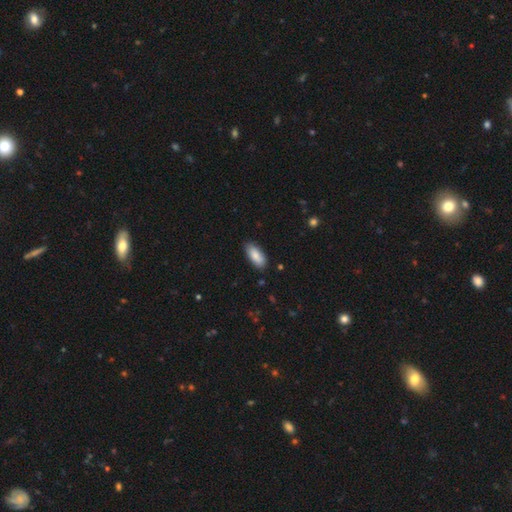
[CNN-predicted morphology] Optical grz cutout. It shows a smooth galaxy with no disk features (86%) that is in between round and cigar-shaped (86%). Merging: none (85%).